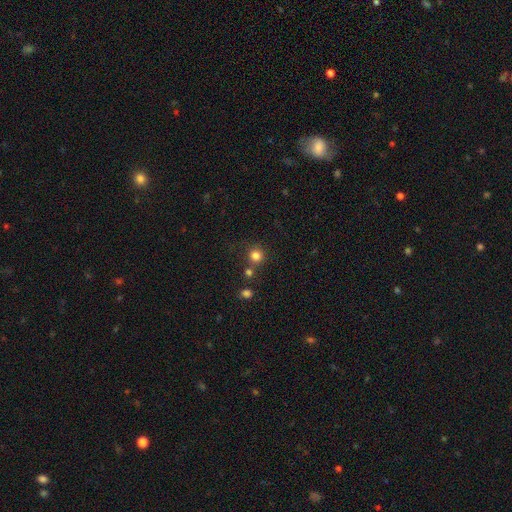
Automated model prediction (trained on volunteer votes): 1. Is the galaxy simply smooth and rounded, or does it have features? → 81% smooth, 14% star or artifact, 5% featured or disk.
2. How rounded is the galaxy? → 91% round, 8% in between, 1% cigar-shaped.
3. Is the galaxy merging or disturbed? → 74% none, 14% merger, 9% minor disturbance, 3% major disturbance.